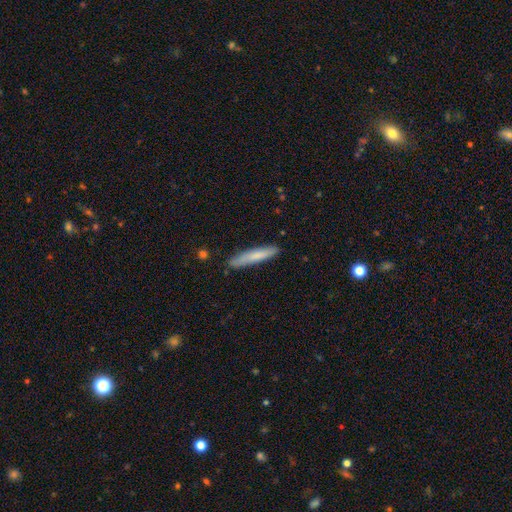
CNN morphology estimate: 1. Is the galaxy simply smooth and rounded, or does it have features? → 75% smooth, 19% featured or disk, 6% star or artifact.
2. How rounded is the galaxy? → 93% cigar-shaped, 6% in between, 1% round.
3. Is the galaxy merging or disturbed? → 85% none, 11% minor disturbance, 2% major disturbance, 2% merger.